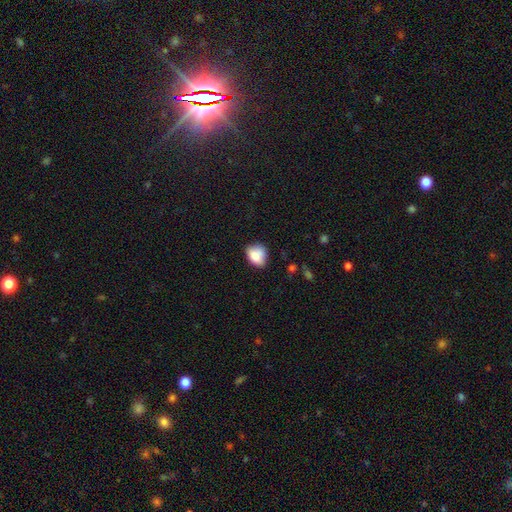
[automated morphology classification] smooth-or-featured: smooth: 80% | featured or disk: 11% | star or artifact: 9%
  how-rounded: in between: 49% (tied) | round: 49% (tied) | cigar-shaped: 1%
  merging: none: 59% | minor disturbance: 32% | major disturbance: 7% | merger: 3%